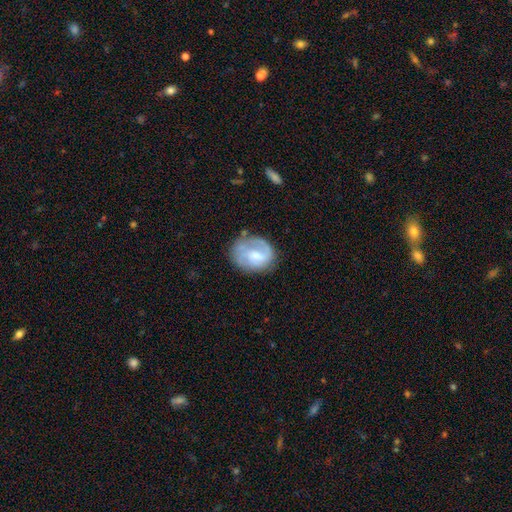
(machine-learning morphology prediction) A featured or disk galaxy (63%) with a weak bar (47%), 2 (35%, tied with 1) medium (38%) spiral arms (83%) and a moderate central bulge (40%).

Vote fractions:
- Smooth or featured? featured or disk: 63% / smooth: 31% / star or artifact: 6%
- Edge-on disk? no: 98% / yes: 2%
- Bar? weak: 47% / no: 43% / strong: 10%
- Spiral arms? yes: 83% / no: 17%
- Spiral winding? medium: 38% / tight: 37% / loose: 24%
- Spiral arm count? 2: 35% (tied) / 1: 35% (tied) / can't tell: 20% / 3: 6% / 4: 2% / more than 4: 2%
- Bulge size? moderate: 40% / small: 36% / none: 15% / large: 7% / dominant: 2%
- Merging? none: 60% / minor disturbance: 23% / major disturbance: 15% / merger: 3%